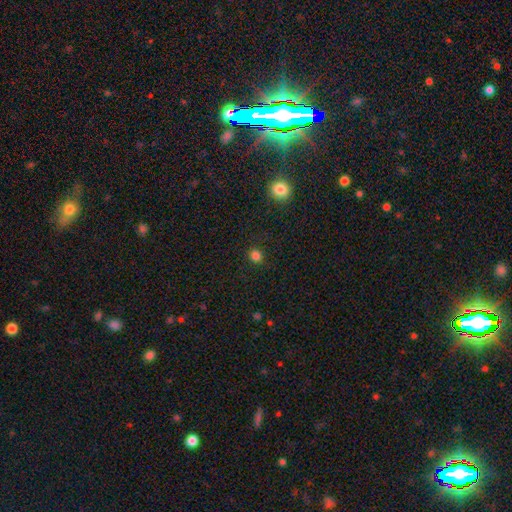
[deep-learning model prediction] Q: Smooth or featured?
A: smooth (81%); runner-up: star or artifact (15%)
Q: How rounded?
A: round (85%); runner-up: in between (14%)
Q: Merging?
A: none (88%); runner-up: minor disturbance (8%)